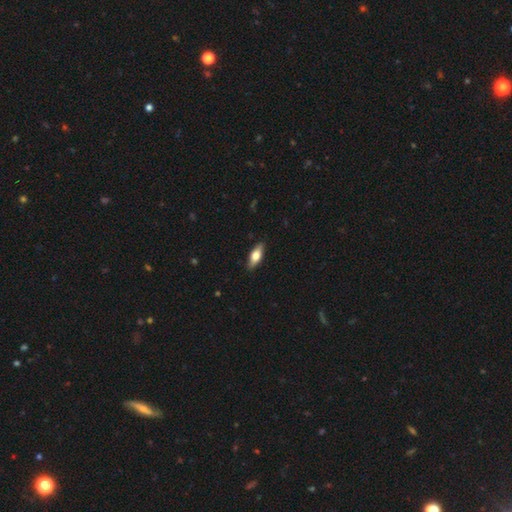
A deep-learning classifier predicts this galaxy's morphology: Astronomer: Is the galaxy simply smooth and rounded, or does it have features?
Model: smooth — 65%.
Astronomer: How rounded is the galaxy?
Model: in between — 70%.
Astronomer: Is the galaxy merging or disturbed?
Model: none — 88%.